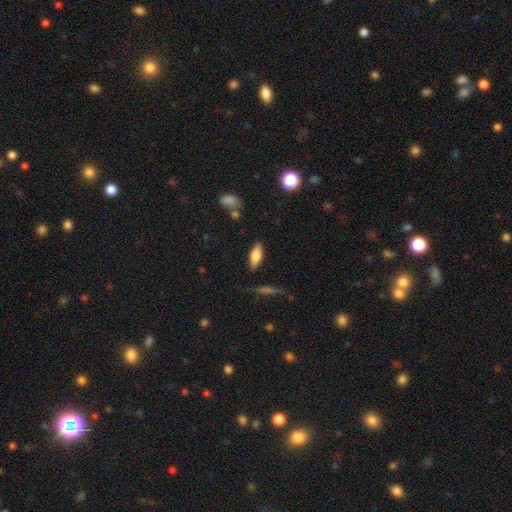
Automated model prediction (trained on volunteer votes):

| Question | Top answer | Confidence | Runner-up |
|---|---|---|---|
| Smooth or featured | smooth | 64% | featured or disk (29%) |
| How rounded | in between | 66% | cigar-shaped (32%) |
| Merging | none | 82% | minor disturbance (13%) |